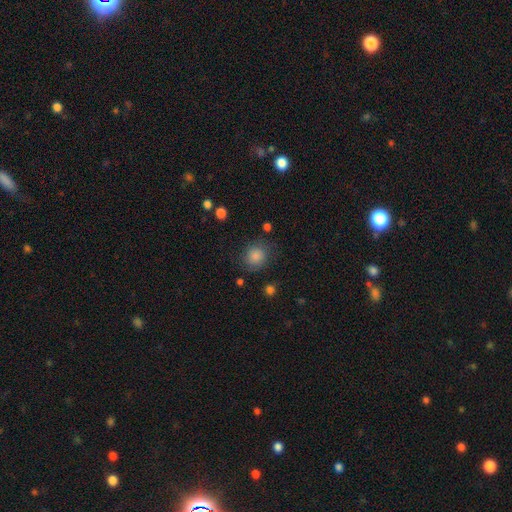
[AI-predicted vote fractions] smooth_or_featured: smooth (p=0.76) [alt: featured or disk p=0.14]
how_rounded: round (p=0.77) [alt: in between p=0.22]
merging: none (p=0.72) [alt: minor disturbance p=0.18]